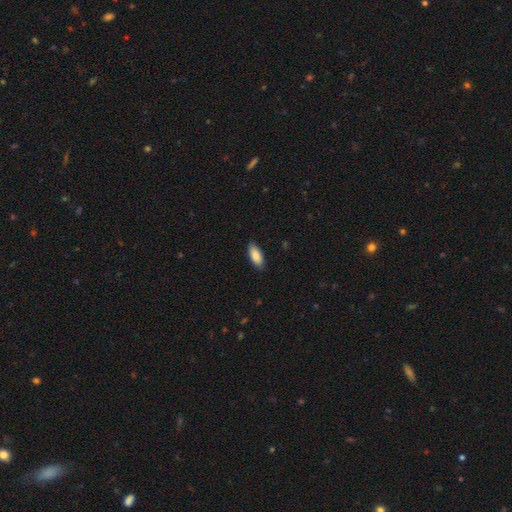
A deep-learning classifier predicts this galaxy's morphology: The model was most divided on "how rounded": in between: 81%, cigar-shaped: 17%, round: 2%. More confident: smooth or featured — smooth (87%); merging — none (86%).